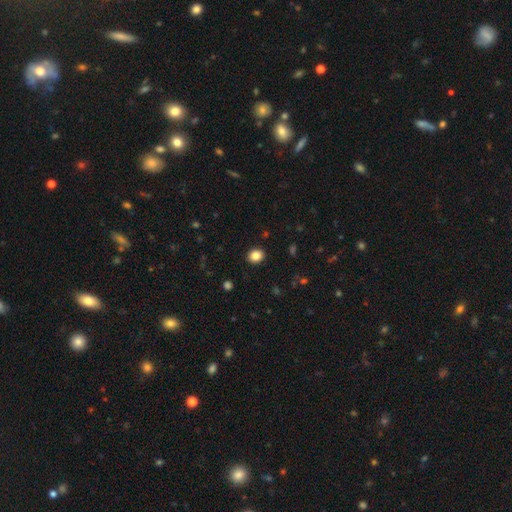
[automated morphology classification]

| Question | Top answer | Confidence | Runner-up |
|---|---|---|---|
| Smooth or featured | smooth | 86% | star or artifact (10%) |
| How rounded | round | 67% | in between (32%) |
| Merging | none | 91% | minor disturbance (6%) |